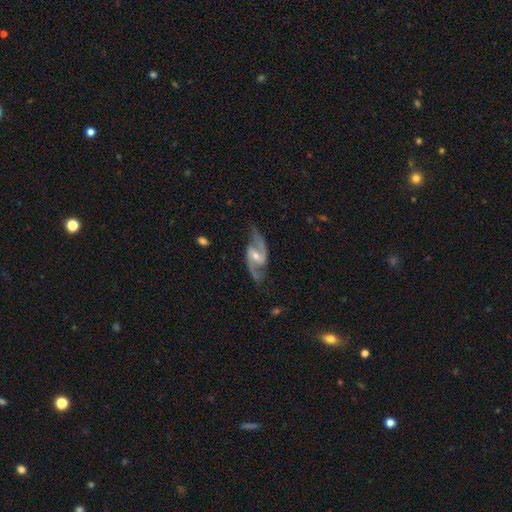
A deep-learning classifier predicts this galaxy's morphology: featured or disk 91%, smooth 4%, star or artifact 4%. Down the decision tree: edge-on disk — no (97%); bar — weak (48%); spiral arms — yes (97%); spiral arm count — 2 (94%); spiral winding — medium (50%); bulge size — moderate (52%); merging — none (79%).